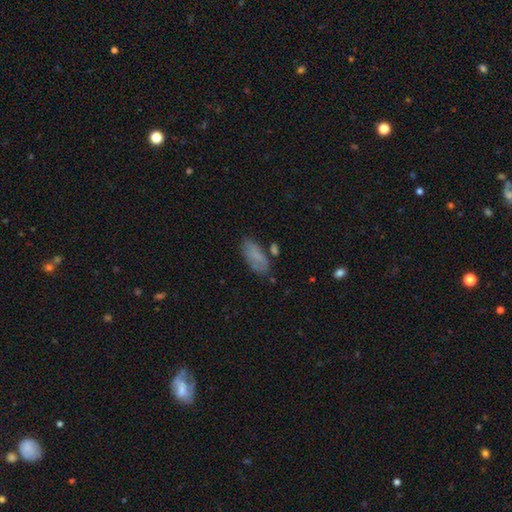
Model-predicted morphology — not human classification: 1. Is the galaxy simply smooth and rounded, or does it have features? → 77% smooth, 14% featured or disk, 9% star or artifact.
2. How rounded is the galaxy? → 83% in between, 15% cigar-shaped, 2% round.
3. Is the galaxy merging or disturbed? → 68% none, 19% minor disturbance, 7% merger, 6% major disturbance.